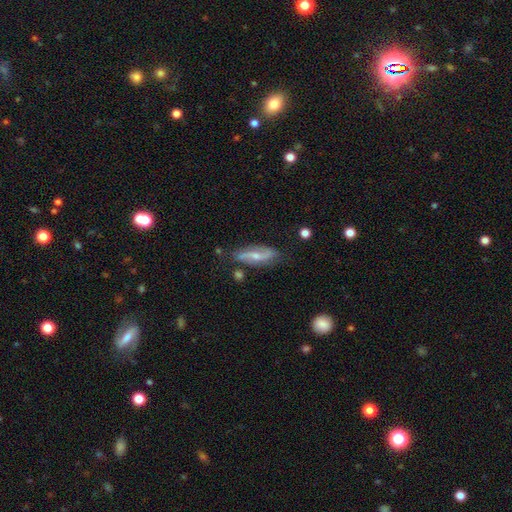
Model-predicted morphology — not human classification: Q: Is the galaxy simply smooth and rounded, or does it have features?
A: featured or disk — 70%.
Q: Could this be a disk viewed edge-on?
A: no — 84%.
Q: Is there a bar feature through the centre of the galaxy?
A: weak — 37%, tied with no.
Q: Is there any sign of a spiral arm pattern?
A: yes — 88%.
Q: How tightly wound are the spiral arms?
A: loose — 60%.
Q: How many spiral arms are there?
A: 2 — 88%.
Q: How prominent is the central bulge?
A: small — 49%.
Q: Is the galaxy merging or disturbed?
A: none — 70%.